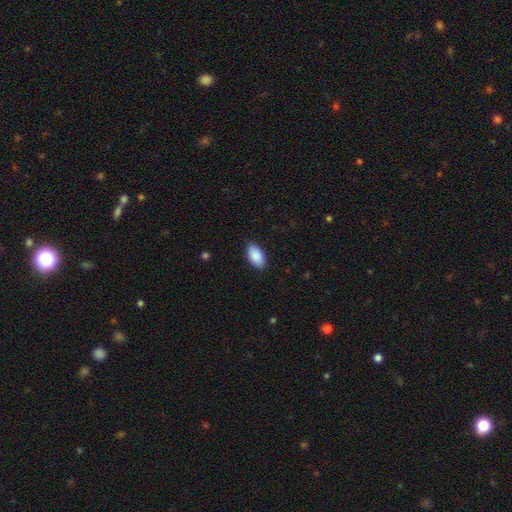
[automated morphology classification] Overall: smooth (89%). How rounded: in between (94%). Merging: none (87%).